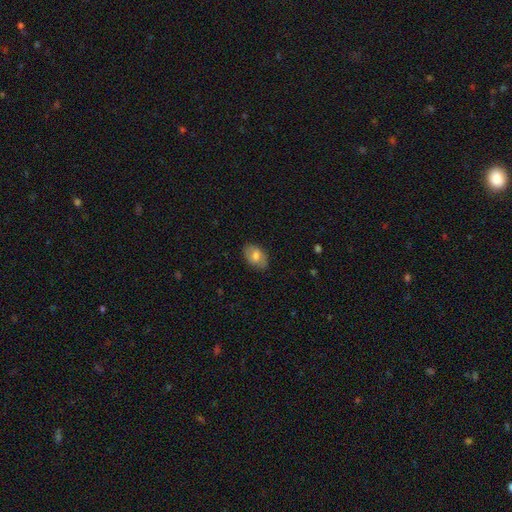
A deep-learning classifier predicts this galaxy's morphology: This is likely a smooth galaxy (66%). How rounded: clearly in between (87%). Merging: clearly none (82%).